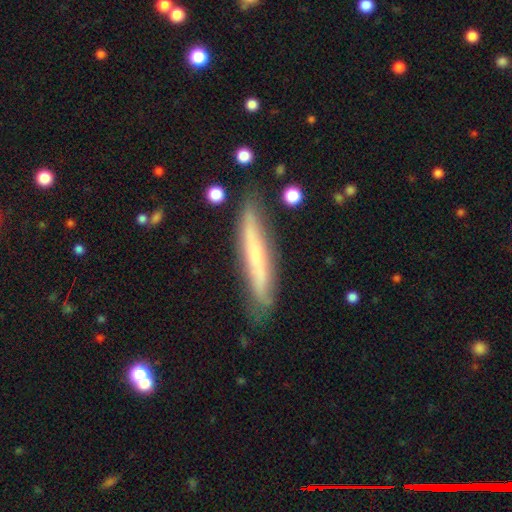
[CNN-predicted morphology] Smooth or featured? Predicted: featured or disk (p=0.49). Merging? Predicted: none (p=0.79).